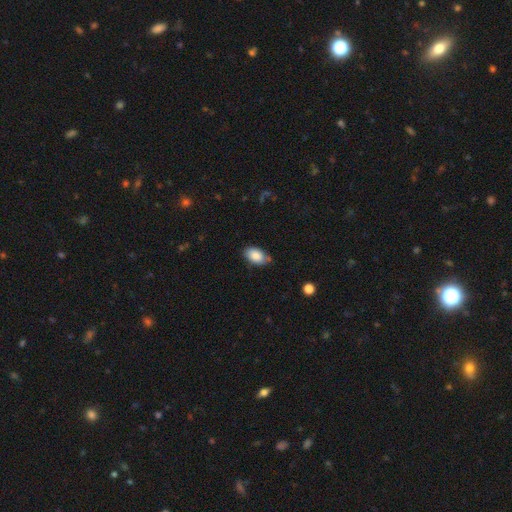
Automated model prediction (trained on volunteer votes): This appears to be a smooth galaxy with no disk features (86%) that is in between round and cigar-shaped (93%). Merging: none (74%).